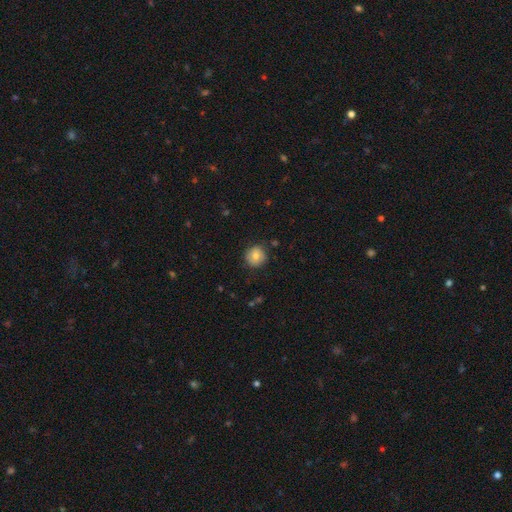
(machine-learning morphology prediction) A smooth galaxy with no disk features (75%) that is round (92%). Merging: none (84%).